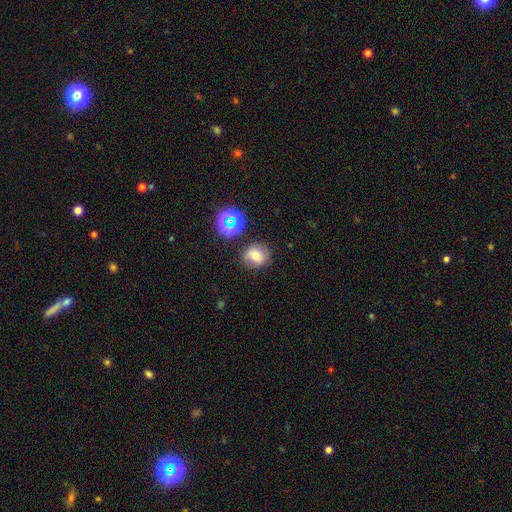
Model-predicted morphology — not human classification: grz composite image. It shows a smooth galaxy with no disk features (68%) that is round (85%). Merging: none (79%).